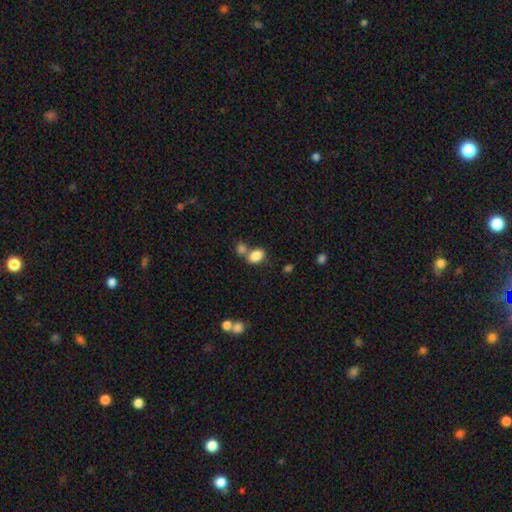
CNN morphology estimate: A smooth galaxy with no disk features (85%) that is in between round and cigar-shaped (81%). Merging: none (51%).